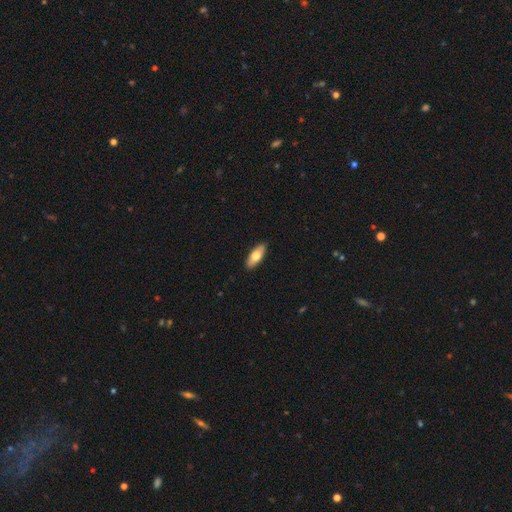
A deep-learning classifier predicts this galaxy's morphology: smooth 66%, featured or disk 28%, star or artifact 6%. Down the decision tree: how rounded — in between (72%); merging — none (90%).